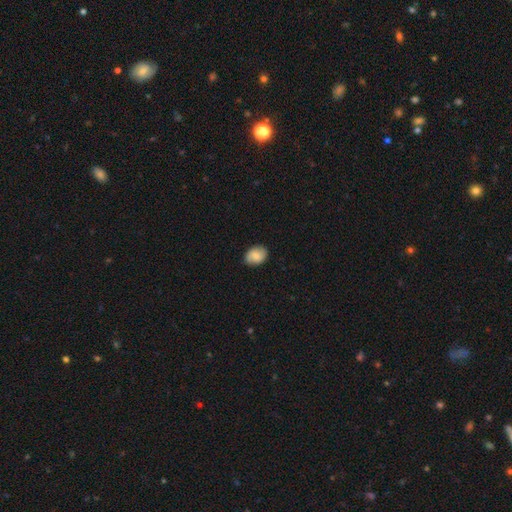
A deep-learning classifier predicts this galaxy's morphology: type=smooth (76%); roundness=in between (69%); merging=none (84%).